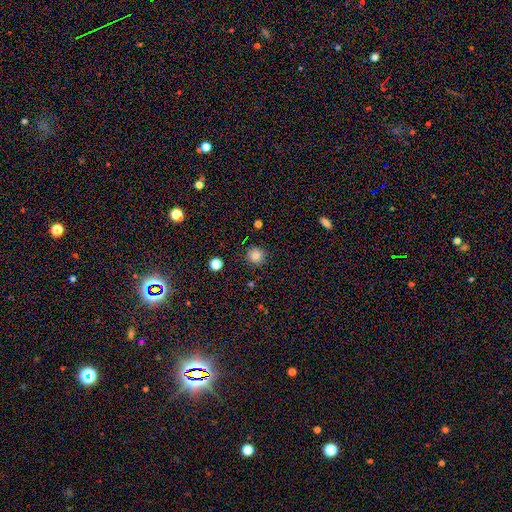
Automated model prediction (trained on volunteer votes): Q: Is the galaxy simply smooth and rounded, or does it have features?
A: smooth — 83%.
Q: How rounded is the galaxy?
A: round — 93%.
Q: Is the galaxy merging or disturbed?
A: none — 88%.